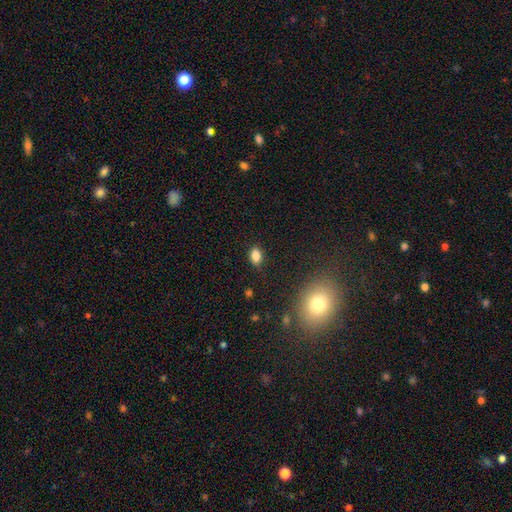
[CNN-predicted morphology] Smooth or featured: smooth — 83% (star or artifact — 11%)
How rounded: in between — 80% (round — 18%)
Merging: none — 83% (minor disturbance — 13%)